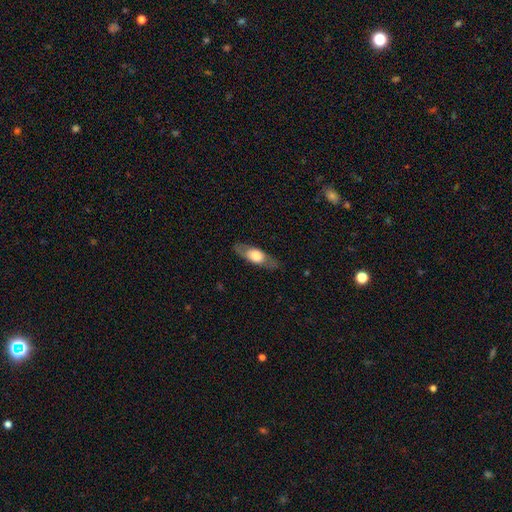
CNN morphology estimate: Smooth or featured? Predicted: featured or disk (p=0.48). Merging? Predicted: none (p=0.82).